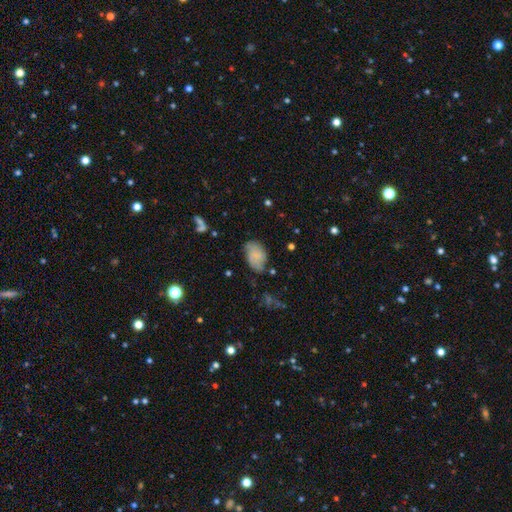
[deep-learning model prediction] Smooth or featured: smooth — 70% (featured or disk — 21%)
How rounded: in between — 88% (round — 11%)
Merging: none — 60% (minor disturbance — 28%)